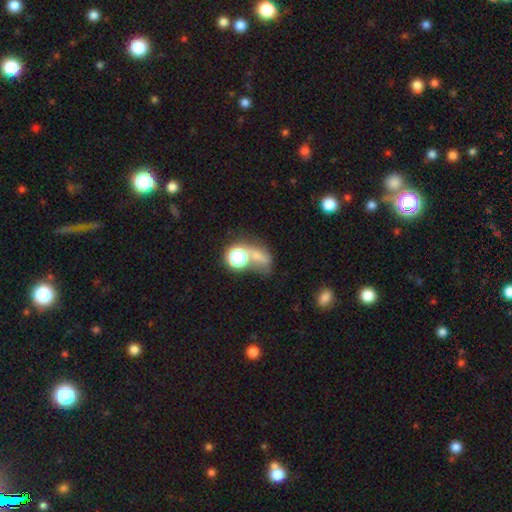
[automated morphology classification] This is possibly a smooth galaxy (57%). How rounded: possibly round (48%, tied with in between). Merging: marginally merger (40%).